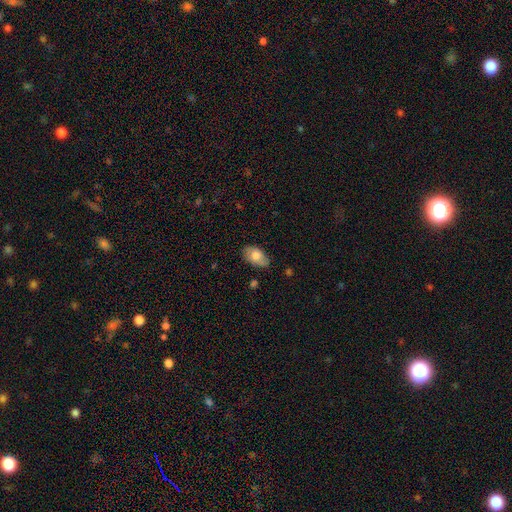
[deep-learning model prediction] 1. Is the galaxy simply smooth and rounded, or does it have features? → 72% smooth, 21% featured or disk, 7% star or artifact.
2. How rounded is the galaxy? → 93% in between, 6% round, 2% cigar-shaped.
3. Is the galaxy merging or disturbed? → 77% none, 19% minor disturbance, 3% major disturbance, 1% merger.